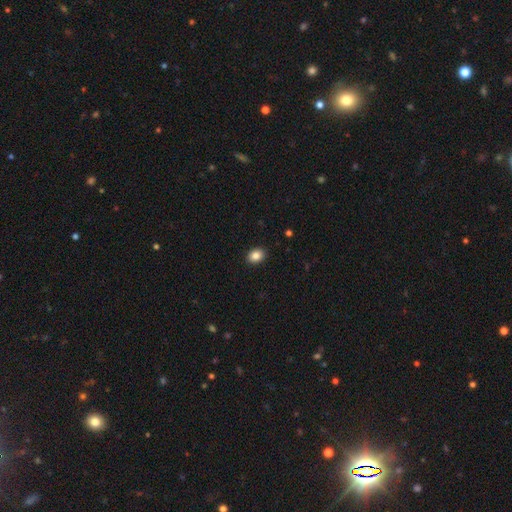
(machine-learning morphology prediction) Smooth or featured? smooth (86%)
How rounded? in between (63%)
Merging? none (91%)